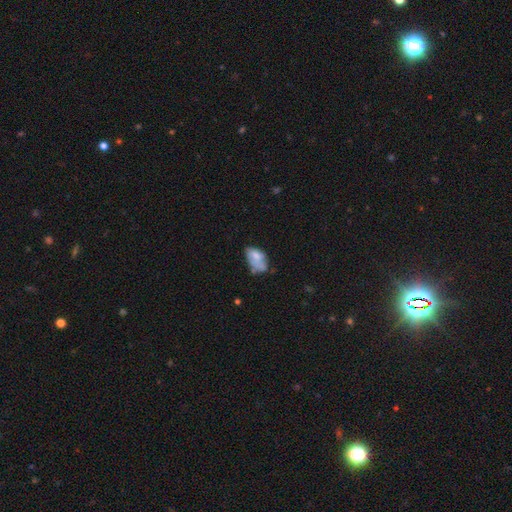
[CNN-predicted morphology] smooth-or-featured: smooth: 66% | featured or disk: 25% | star or artifact: 9%
  how-rounded: in between: 90% | round: 8% | cigar-shaped: 2%
  merging: minor disturbance: 31% (tied) | none: 31% (tied) | major disturbance: 20% | merger: 17%